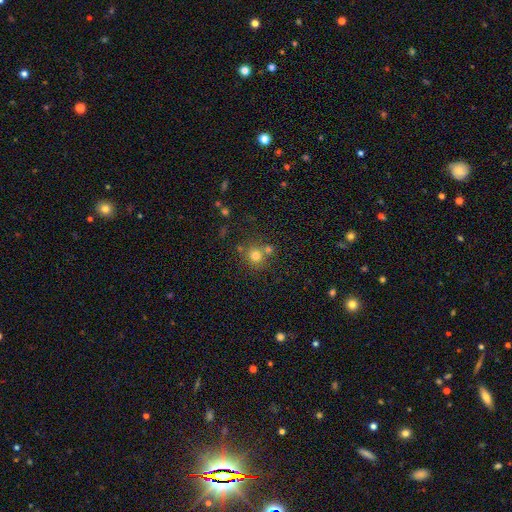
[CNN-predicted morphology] type=smooth (75%); roundness=round (90%); merging=none (64%).